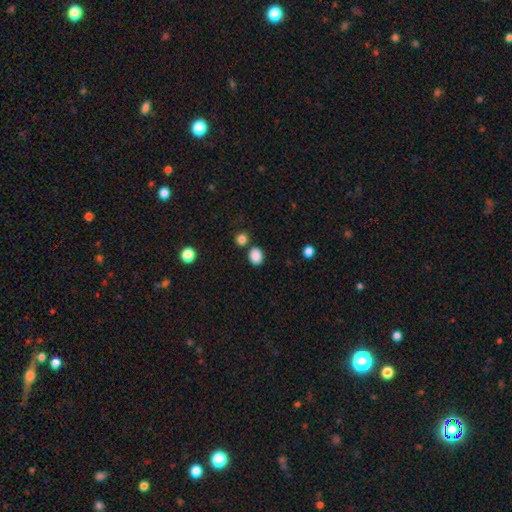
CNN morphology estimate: Q: Smooth or featured?
A: smooth (87%); runner-up: star or artifact (10%)
Q: How rounded?
A: round (53%); runner-up: in between (46%)
Q: Merging?
A: none (78%); runner-up: merger (10%)